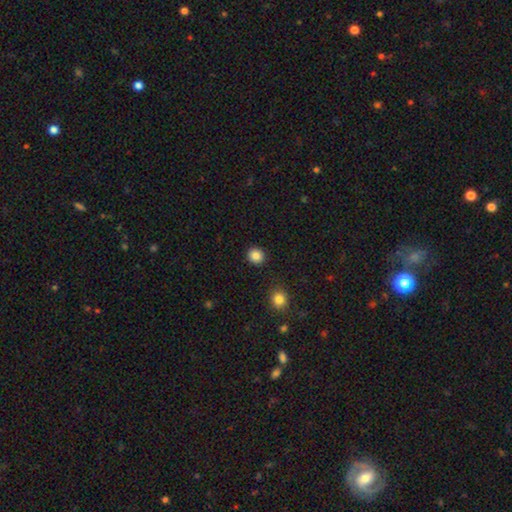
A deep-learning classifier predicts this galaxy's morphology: smooth 86%, star or artifact 10%, featured or disk 4%. Down the decision tree: how rounded — round (89%); merging — none (92%).